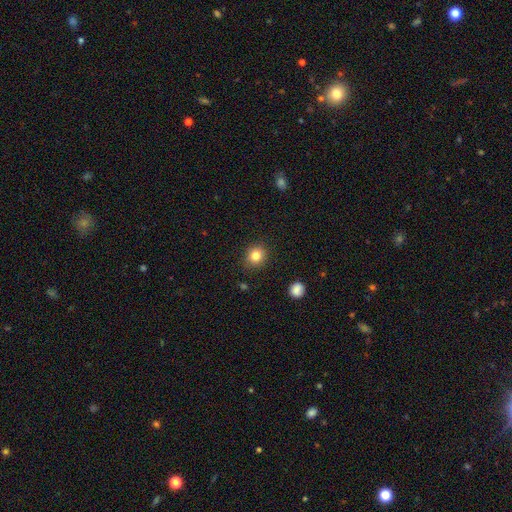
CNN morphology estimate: A smooth galaxy with no disk features (82%) that is round (79%).

Vote fractions:
- Smooth or featured? smooth: 82% / star or artifact: 11% / featured or disk: 7%
- How rounded? round: 79% / in between: 20% / cigar-shaped: 1%
- Merging? none: 88% / minor disturbance: 8% / major disturbance: 2% / merger: 1%